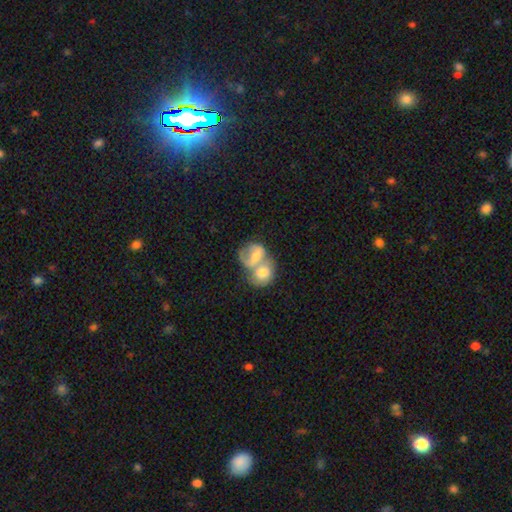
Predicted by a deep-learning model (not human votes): Morphology: type=smooth (55%); roundness=in between (51%); merging=merger (74%).